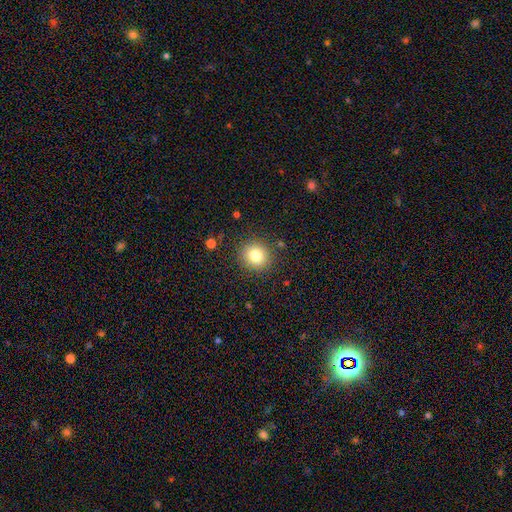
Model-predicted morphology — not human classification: This appears to be a smooth galaxy with no disk features (80%) that is round (89%). Merging: none (88%).